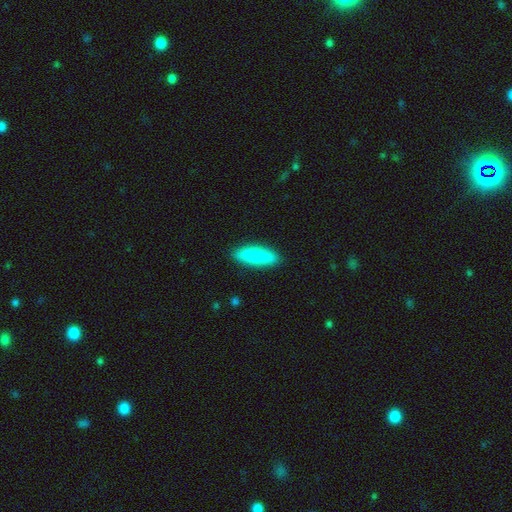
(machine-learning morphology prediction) smooth_or_featured: smooth (p=0.80) [alt: featured or disk p=0.14]
how_rounded: in between (p=0.62) [alt: cigar-shaped p=0.36]
merging: none (p=0.88) [alt: minor disturbance p=0.09]